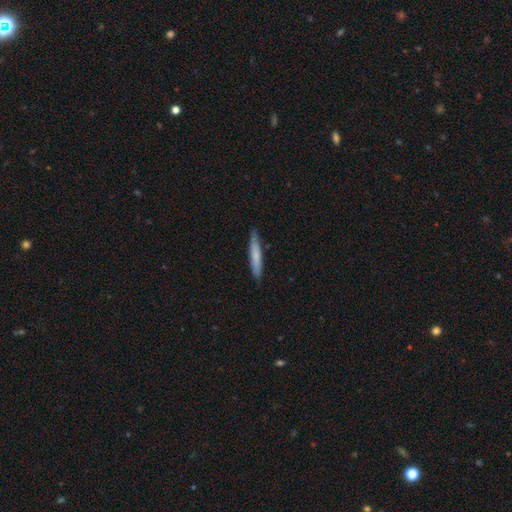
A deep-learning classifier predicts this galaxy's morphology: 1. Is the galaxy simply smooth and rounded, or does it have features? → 71% smooth, 24% featured or disk, 5% star or artifact.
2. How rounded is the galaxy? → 93% cigar-shaped, 5% in between, 1% round.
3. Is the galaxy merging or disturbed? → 86% none, 11% minor disturbance, 2% major disturbance, 1% merger.